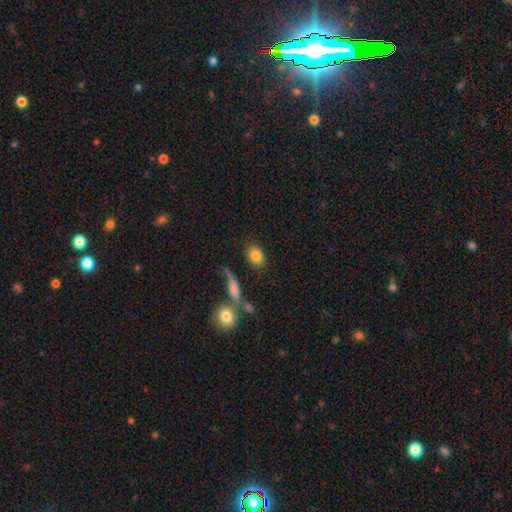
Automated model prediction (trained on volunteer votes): Morphology: type=smooth (83%); roundness=in between (67%); merging=none (73%).